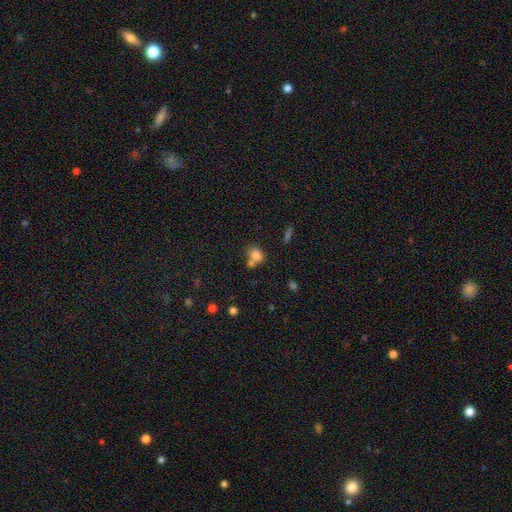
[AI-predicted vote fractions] The model was most divided on "merging": none: 45%, merger: 40%, minor disturbance: 11%, major disturbance: 4%. More confident: smooth or featured — smooth (79%); how rounded — round (52%).